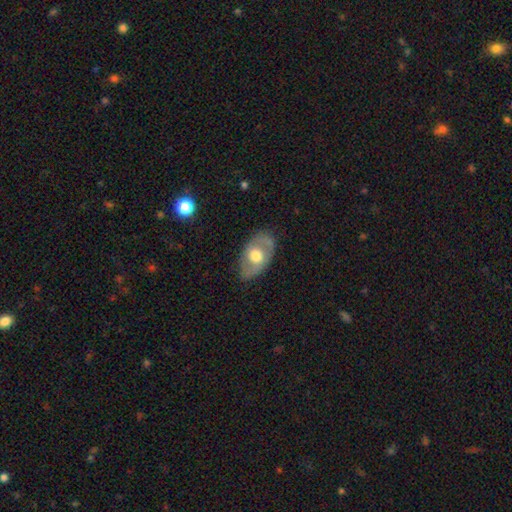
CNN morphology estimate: Smooth or featured: featured or disk — 49% (smooth — 45%)
Merging: none — 77% (minor disturbance — 17%)